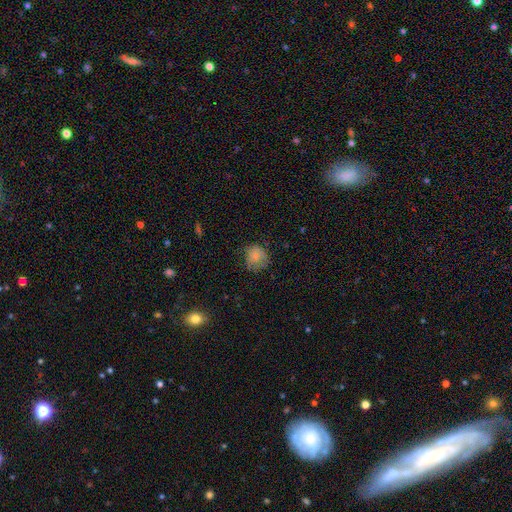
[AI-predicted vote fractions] The model was most divided on "merging": none: 64%, minor disturbance: 26%, major disturbance: 9%, merger: 1%. More confident: how rounded — round (81%); smooth or featured — smooth (80%).